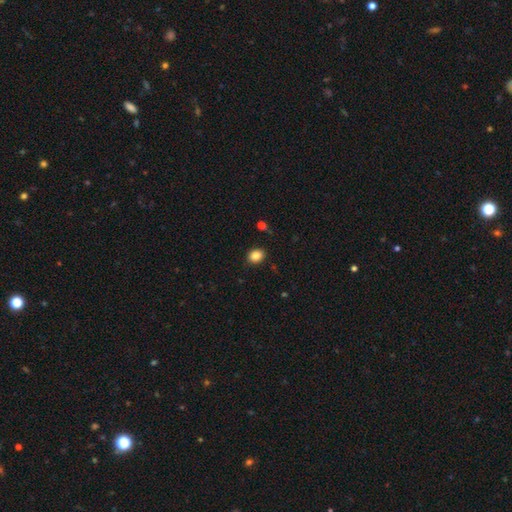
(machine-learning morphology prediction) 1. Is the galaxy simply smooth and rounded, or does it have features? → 86% smooth, 9% star or artifact, 5% featured or disk.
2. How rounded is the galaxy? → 52% in between, 47% round, 1% cigar-shaped.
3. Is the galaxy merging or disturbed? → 87% none, 9% minor disturbance, 2% major disturbance, 2% merger.